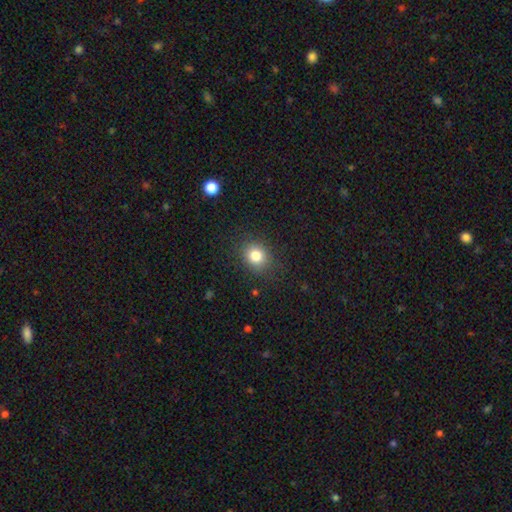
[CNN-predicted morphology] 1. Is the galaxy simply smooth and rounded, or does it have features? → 82% smooth, 12% star or artifact, 6% featured or disk.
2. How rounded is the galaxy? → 72% round, 27% in between, 1% cigar-shaped.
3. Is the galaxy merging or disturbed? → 86% none, 10% minor disturbance, 3% major disturbance, 1% merger.